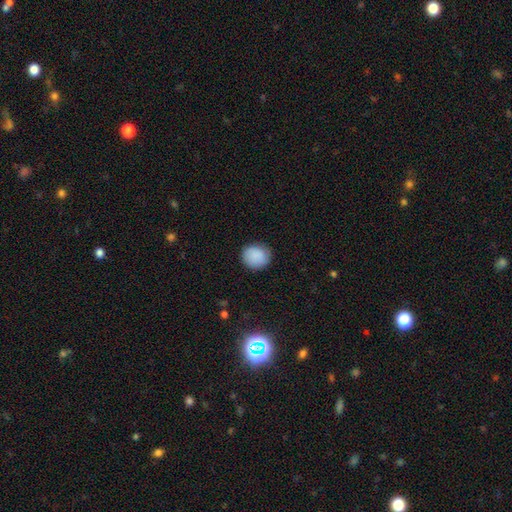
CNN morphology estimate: A smooth galaxy with no disk features (89%) that is round (82%).

Vote fractions:
- Smooth or featured? smooth: 89% / star or artifact: 7% / featured or disk: 4%
- How rounded? round: 82% / in between: 17% / cigar-shaped: 1%
- Merging? none: 86% / minor disturbance: 10% / major disturbance: 3% / merger: 1%